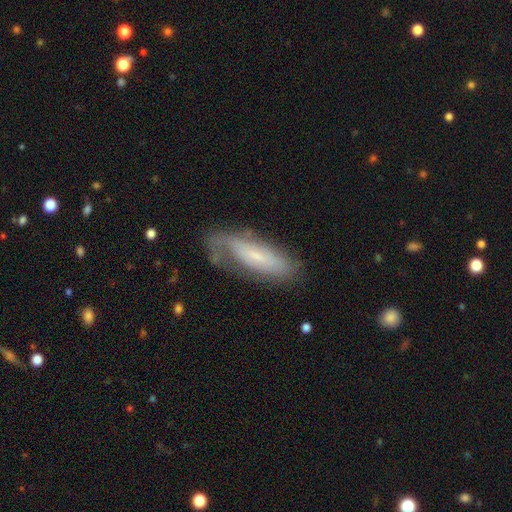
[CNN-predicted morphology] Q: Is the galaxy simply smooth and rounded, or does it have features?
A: featured or disk — 53%.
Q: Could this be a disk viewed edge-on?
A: no — 78%.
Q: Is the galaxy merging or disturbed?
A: none — 54%.